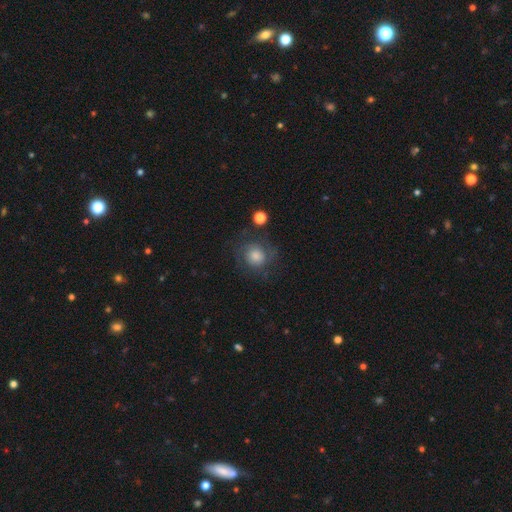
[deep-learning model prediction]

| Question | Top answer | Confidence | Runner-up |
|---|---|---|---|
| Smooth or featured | smooth | 43% | featured or disk (42%) |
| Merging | none | 72% | minor disturbance (15%) |